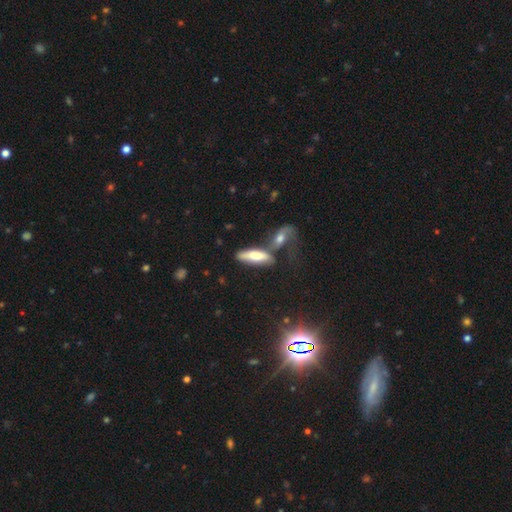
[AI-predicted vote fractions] smooth_or_featured: smooth (p=0.65) [alt: featured or disk p=0.28]
how_rounded: in between (p=0.52) [alt: cigar-shaped p=0.46]
merging: merger (p=0.39) [alt: none p=0.36]